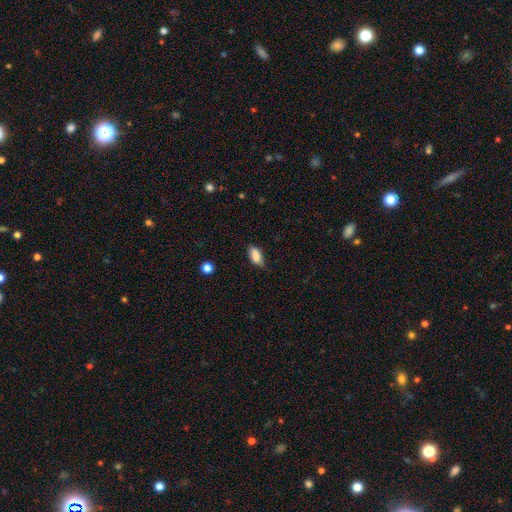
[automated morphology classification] smooth 84%, featured or disk 8%, star or artifact 7%. Down the decision tree: how rounded — in between (87%); merging — none (67%).